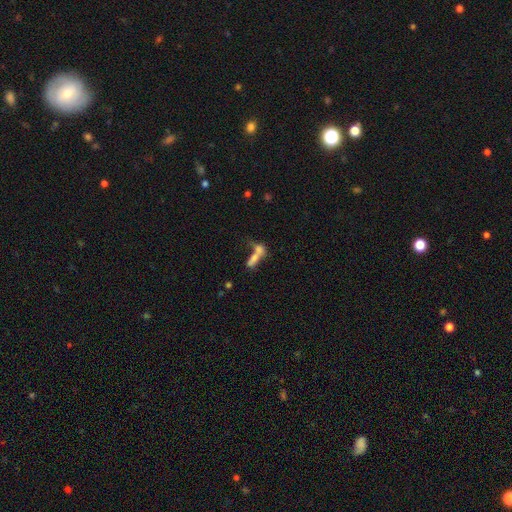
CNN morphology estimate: smooth-or-featured: smooth: 60% | featured or disk: 27% | star or artifact: 13%
  how-rounded: in between: 56% | cigar-shaped: 33% | round: 11%
  merging: merger: 66% | none: 17% | major disturbance: 10% | minor disturbance: 7%